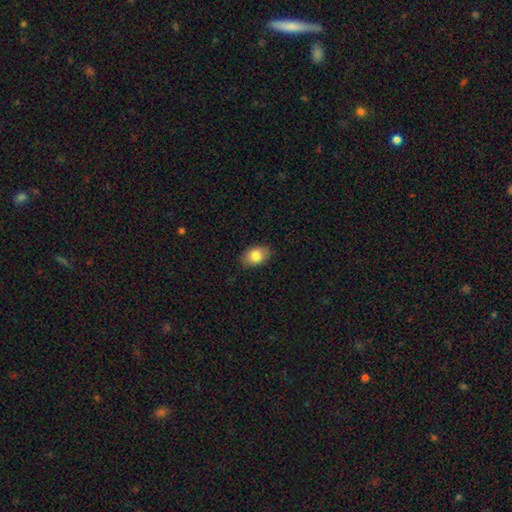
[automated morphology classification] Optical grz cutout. It shows a smooth galaxy with no disk features (84%) that is in between round and cigar-shaped (83%). Merging: none (86%).